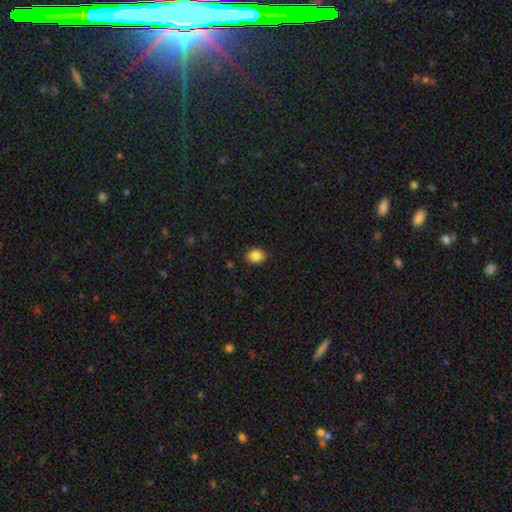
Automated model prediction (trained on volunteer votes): The model was most divided on "how rounded": in between: 69%, round: 30%, cigar-shaped: 1%. More confident: smooth or featured — smooth (87%); merging — none (85%).